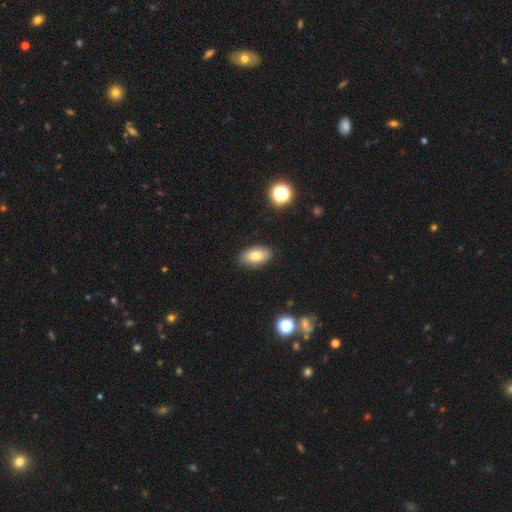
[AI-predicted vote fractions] A smooth galaxy with no disk features (80%) that is in between round and cigar-shaped (92%).

Vote fractions:
- Smooth or featured? smooth: 80% / featured or disk: 12% / star or artifact: 9%
- How rounded? in between: 92% / round: 5% / cigar-shaped: 3%
- Merging? none: 87% / minor disturbance: 10% / major disturbance: 2% / merger: 1%